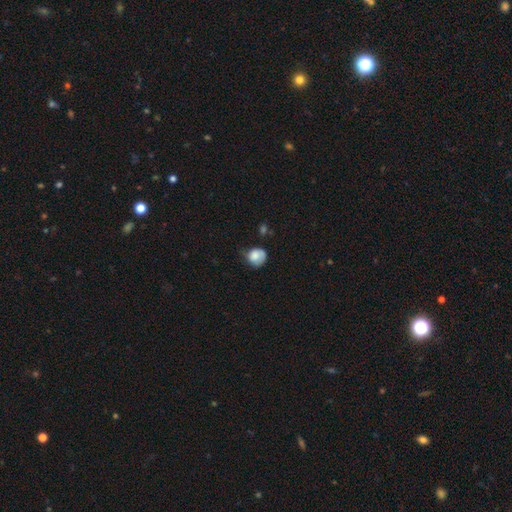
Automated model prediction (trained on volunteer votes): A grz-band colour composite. It shows a smooth galaxy with no disk features (76%) that is round (72%). Merging: none (40%).